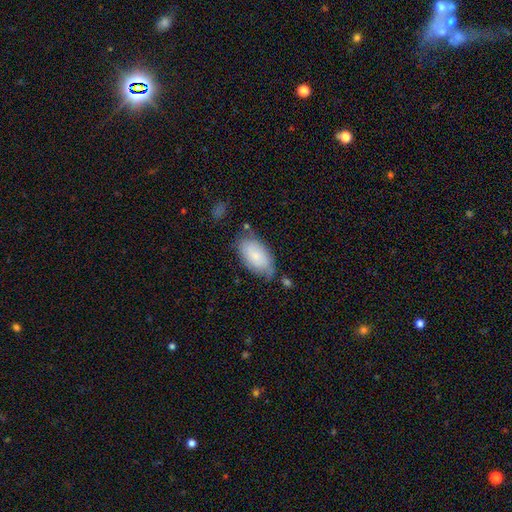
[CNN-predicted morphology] smooth 78%, featured or disk 16%, star or artifact 6%. Down the decision tree: how rounded — in between (95%); merging — none (60%).